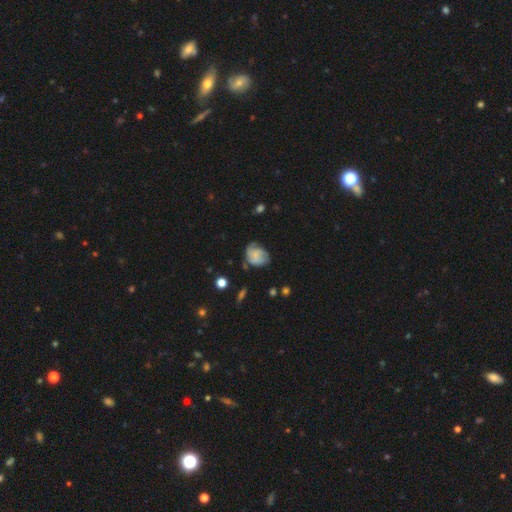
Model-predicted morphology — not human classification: smooth-or-featured: smooth: 51% | featured or disk: 40% | star or artifact: 9%
  how-rounded: in between: 51% | round: 48% | cigar-shaped: 1%
  merging: none: 49% | minor disturbance: 32% | major disturbance: 16% | merger: 4%